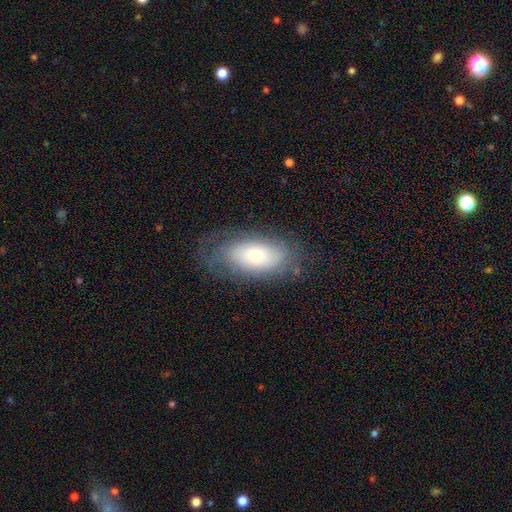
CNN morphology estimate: Overall: smooth (53%; featured or disk 38%). How rounded: in between (91%). Merging: none (67%).